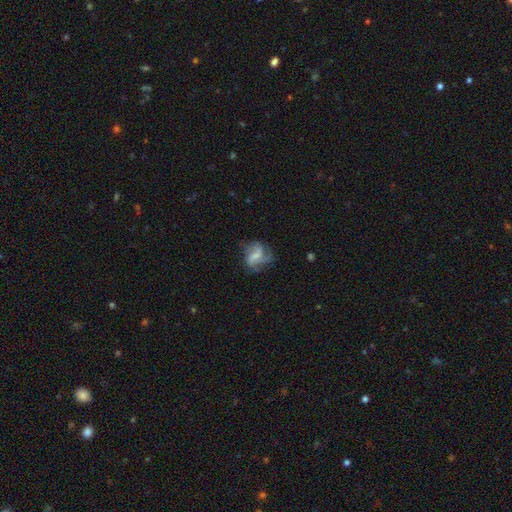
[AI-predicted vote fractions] Overall: featured or disk (73%). Edge-on disk: no (98%). Bar: weak (47%; no 34%). Spiral arms: yes (91%). Spiral arm count: 3 (43%; 2 25%). Spiral winding: medium (45%; loose 37%). Bulge size: small (51%; moderate 33%). Merging: none (60%; minor disturbance 22%).